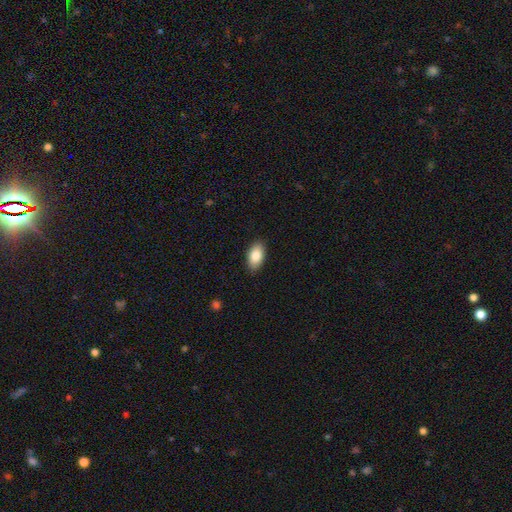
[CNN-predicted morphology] smooth 85%, featured or disk 9%, star or artifact 7%. Down the decision tree: how rounded — in between (93%); merging — none (89%).